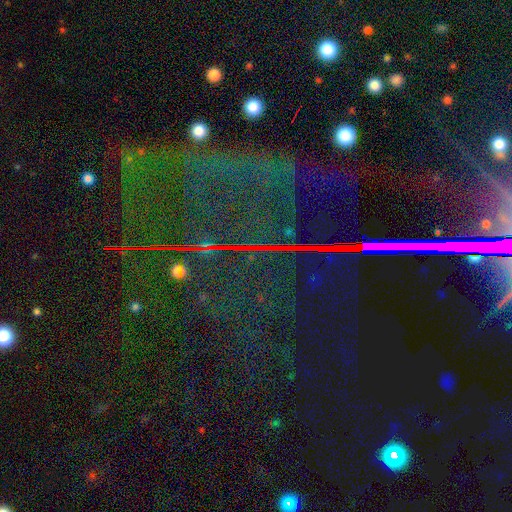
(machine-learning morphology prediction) smooth_or_featured: star or artifact (p=0.82) [alt: featured or disk p=0.10]